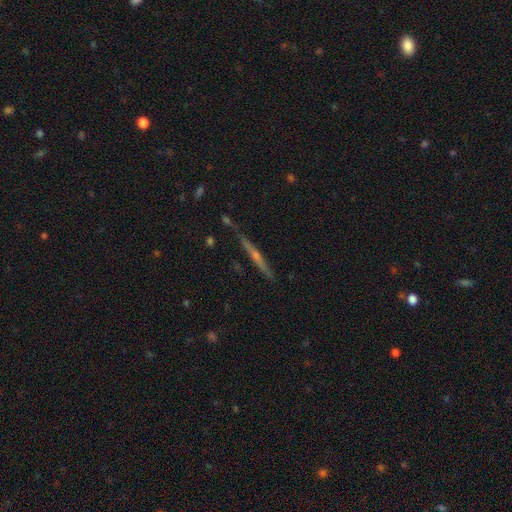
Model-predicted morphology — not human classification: smooth_or_featured: featured or disk (p=0.73) [alt: smooth p=0.18]
disk_edge_on: yes (p=0.97) [alt: no p=0.03]
edge_on_bulge: rounded (p=0.69) [alt: none p=0.25]
merging: none (p=0.81) [alt: minor disturbance p=0.13]